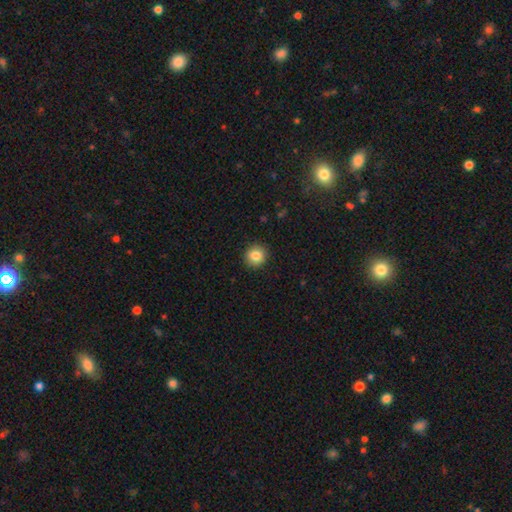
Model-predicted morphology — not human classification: This is clearly a smooth galaxy (85%). How rounded: clearly round (91%). Merging: clearly none (92%).